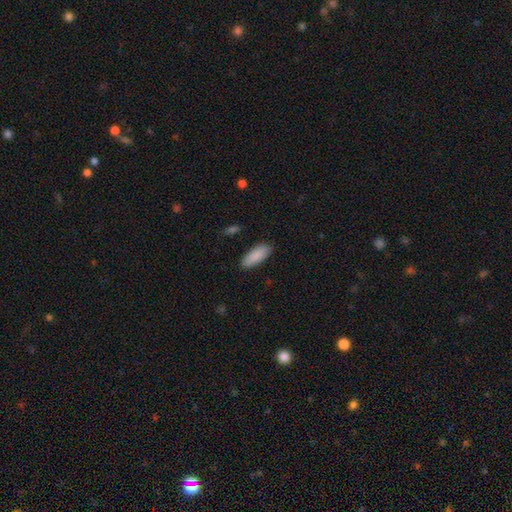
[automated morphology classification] smooth-or-featured: smooth: 89% | star or artifact: 6% | featured or disk: 5%
  how-rounded: in between: 79% | cigar-shaped: 19% | round: 2%
  merging: none: 87% | minor disturbance: 10% | major disturbance: 2% | merger: 1%